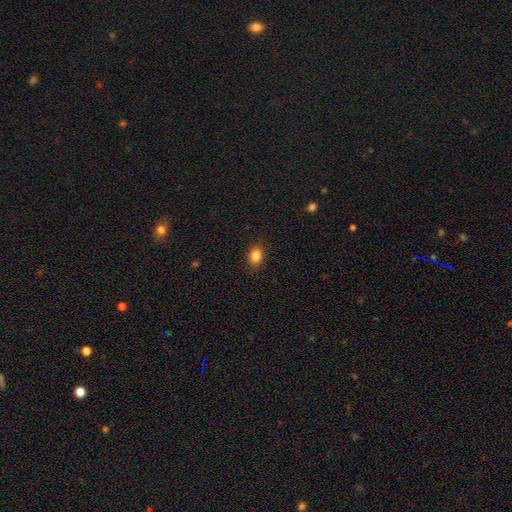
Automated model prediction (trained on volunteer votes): This appears to be a smooth galaxy with no disk features (85%) that is in between round and cigar-shaped (62%). Merging: none (87%).